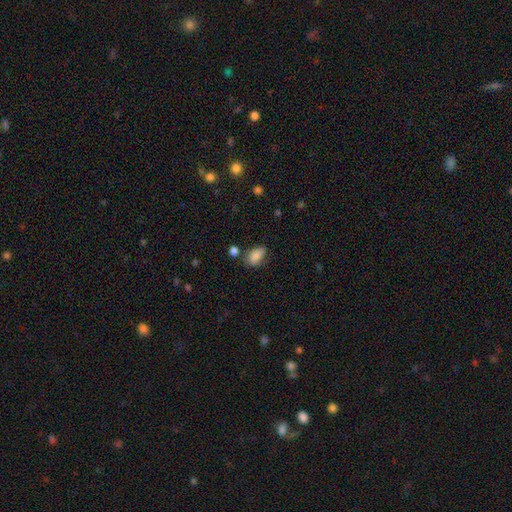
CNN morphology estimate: The model was most divided on "merging": none: 55%, minor disturbance: 29%, major disturbance: 9%, merger: 7%. More confident: how rounded — in between (90%); smooth or featured — smooth (83%).